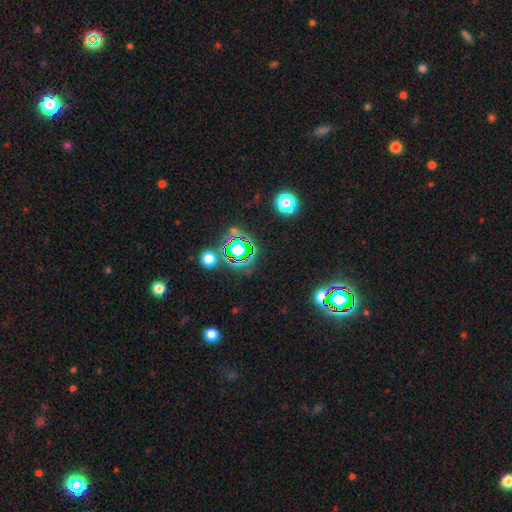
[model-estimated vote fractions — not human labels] smooth_or_featured: star or artifact (p=0.70) [alt: smooth p=0.20]